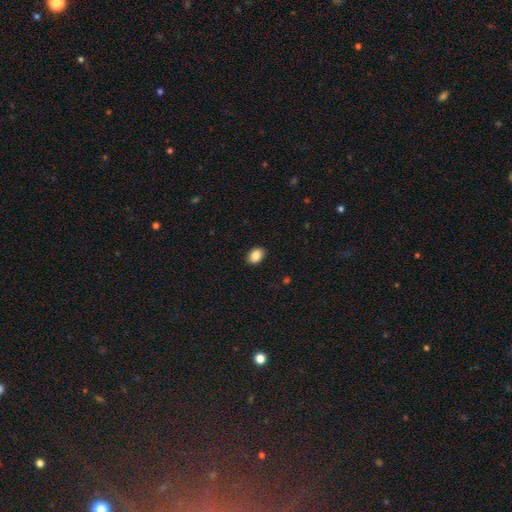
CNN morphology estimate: smooth_or_featured: smooth (p=0.88) [alt: star or artifact p=0.08]
how_rounded: in between (p=0.77) [alt: round p=0.22]
merging: none (p=0.90) [alt: minor disturbance p=0.07]